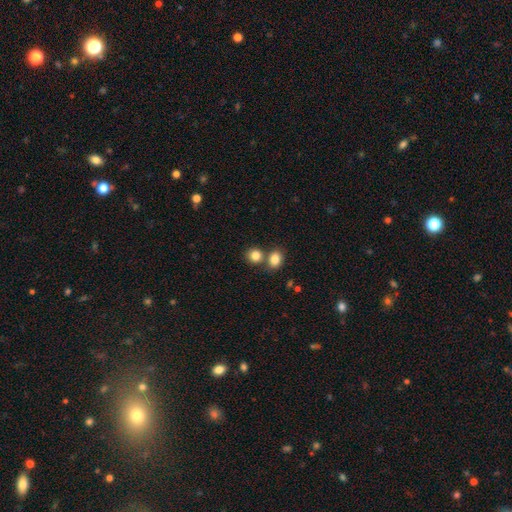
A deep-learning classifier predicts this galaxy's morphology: Smooth or featured? Predicted: smooth (p=0.84). How rounded? Predicted: round (p=0.73). Merging? Predicted: none (p=0.57).